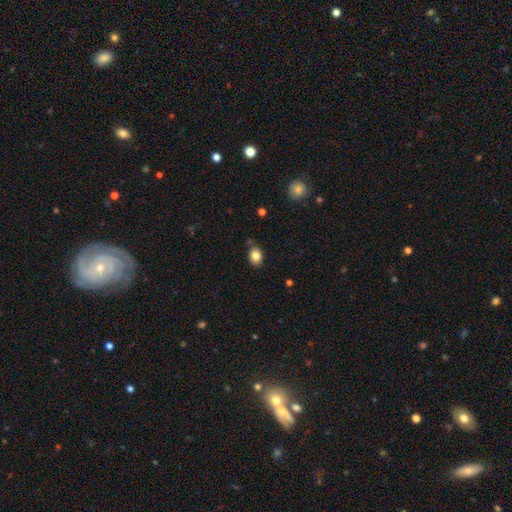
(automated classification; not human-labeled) smooth_or_featured: smooth (p=0.83) [alt: star or artifact p=0.09]
how_rounded: in between (p=0.63) [alt: round p=0.36]
merging: none (p=0.78) [alt: minor disturbance p=0.15]